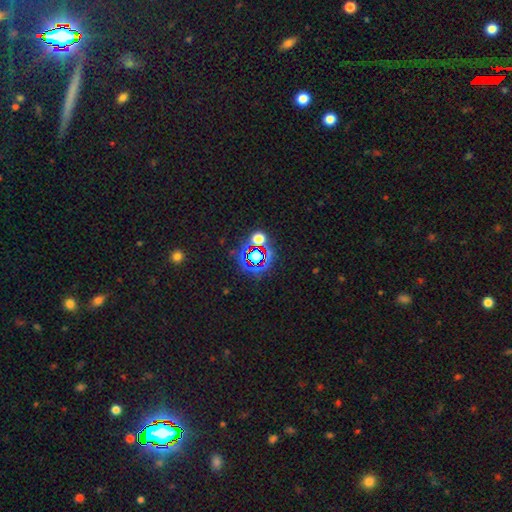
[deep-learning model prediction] A star or artifact, not a galaxy (69%).

Vote fractions:
- Smooth or featured? star or artifact: 69% / smooth: 22% / featured or disk: 9%